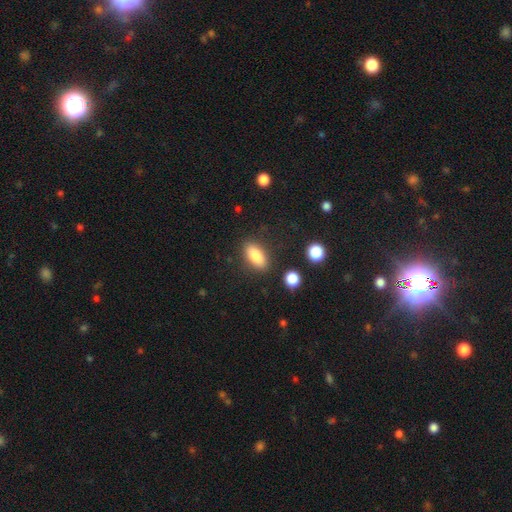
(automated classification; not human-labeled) smooth 83%, featured or disk 10%, star or artifact 7%. Down the decision tree: how rounded — in between (82%); merging — none (85%).